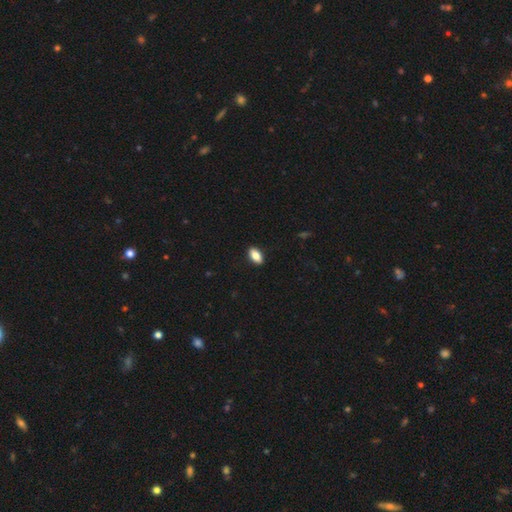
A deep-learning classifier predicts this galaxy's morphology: Smooth or featured? smooth (82%)
How rounded? in between (90%)
Merging? none (90%)